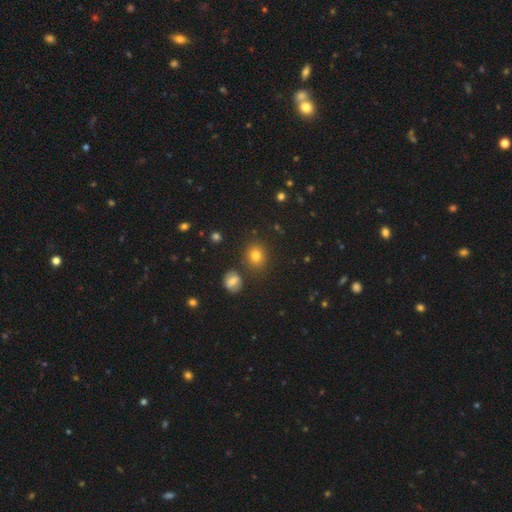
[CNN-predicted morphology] This appears to be a smooth galaxy with no disk features (78%) that is round (73%). Merging: none (82%).